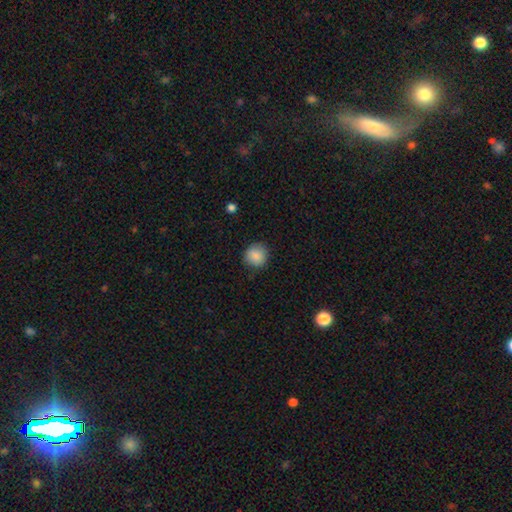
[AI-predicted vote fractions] Overall: smooth (87%). How rounded: round (90%). Merging: none (86%).